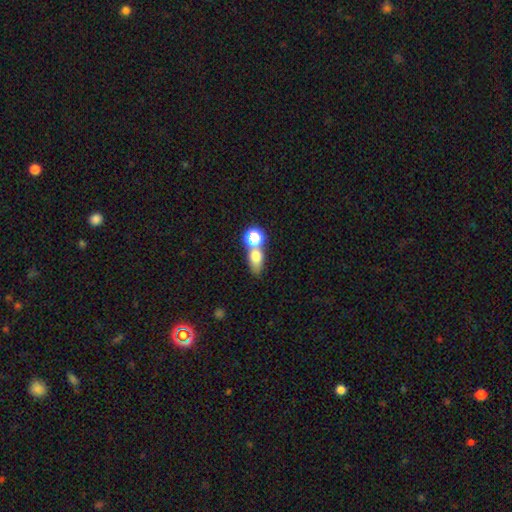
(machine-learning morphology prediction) smooth_or_featured: smooth (p=0.69) [alt: star or artifact p=0.16]
how_rounded: in between (p=0.62) [alt: round p=0.33]
merging: merger (p=0.44) [alt: none p=0.42]